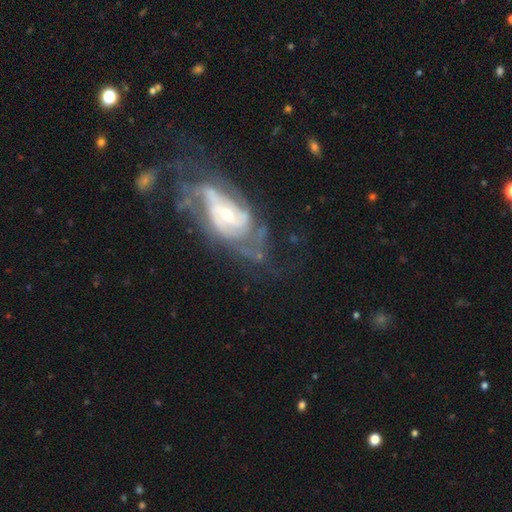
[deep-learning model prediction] The model was most divided on "bulge size": small: 48%, moderate: 46%, large: 4%, none: 2%, dominant: 1%. Remaining: edge-on disk — no (95%); spiral arms — yes (93%); smooth or featured — featured or disk (85%); spiral winding — tight (50%); merging — none (49%); bar — weak (42%); spiral arm count — 2 (38%).